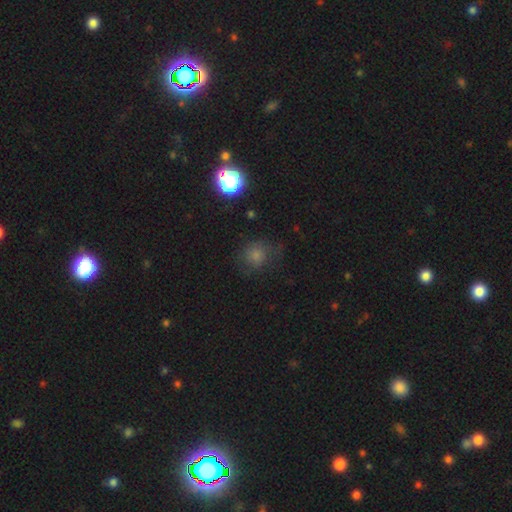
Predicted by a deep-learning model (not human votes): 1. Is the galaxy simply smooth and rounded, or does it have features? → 68% smooth, 22% star or artifact, 10% featured or disk.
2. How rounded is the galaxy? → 84% round, 15% in between, 1% cigar-shaped.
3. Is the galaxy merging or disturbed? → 70% none, 20% minor disturbance, 9% major disturbance, 2% merger.